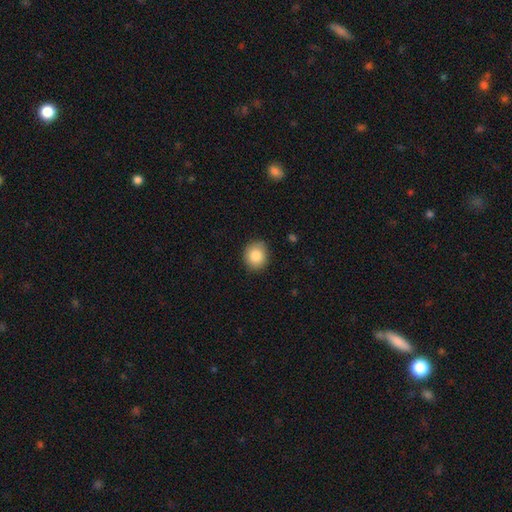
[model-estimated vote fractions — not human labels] Smooth or featured? Predicted: smooth (p=0.84). How rounded? Predicted: round (p=0.74). Merging? Predicted: none (p=0.86).